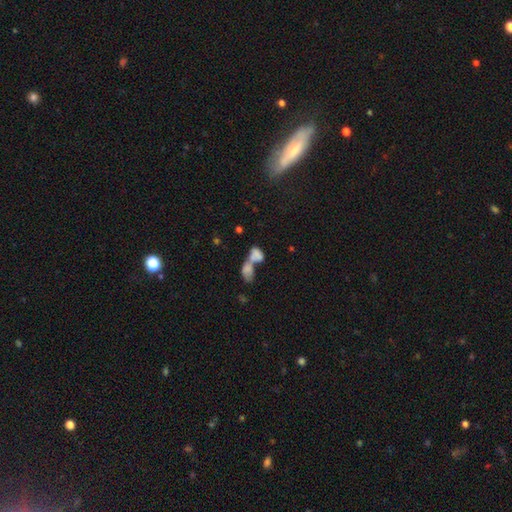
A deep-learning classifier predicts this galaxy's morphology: A smooth galaxy with no disk features (69%) that is in between round and cigar-shaped (83%). Merging: merger (78%).